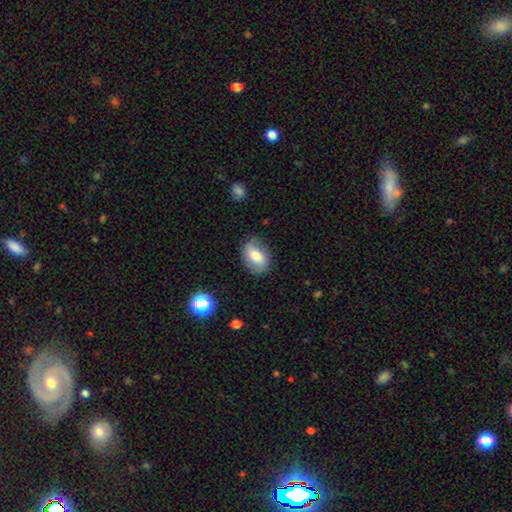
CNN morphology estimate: Smooth or featured? Predicted: smooth (p=0.53). How rounded? Predicted: in between (p=0.74). Merging? Predicted: none (p=0.71).